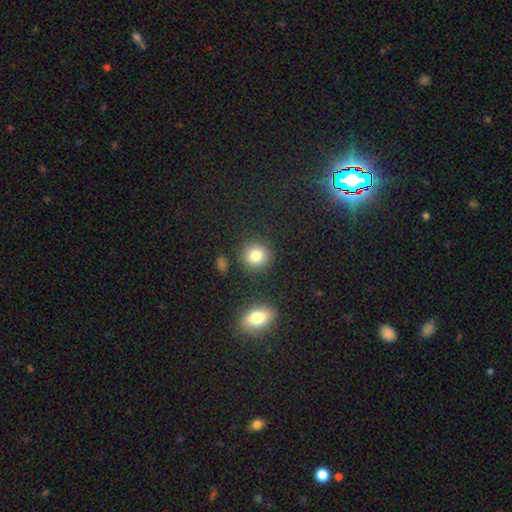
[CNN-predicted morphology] This is clearly a smooth galaxy (83%). How rounded: clearly round (89%). Merging: clearly none (85%).